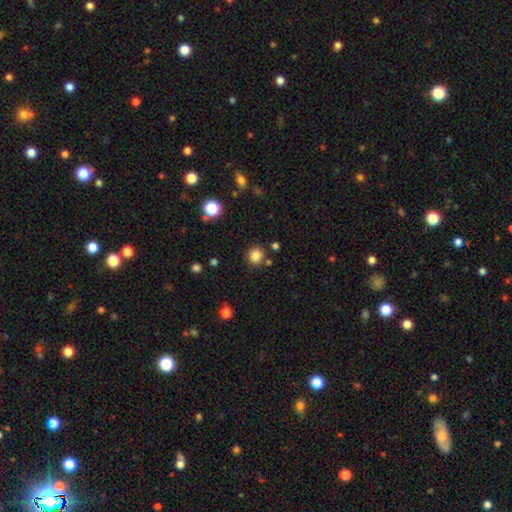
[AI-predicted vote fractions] This appears to be a smooth galaxy with no disk features (83%) that is round (89%). Merging: none (84%).